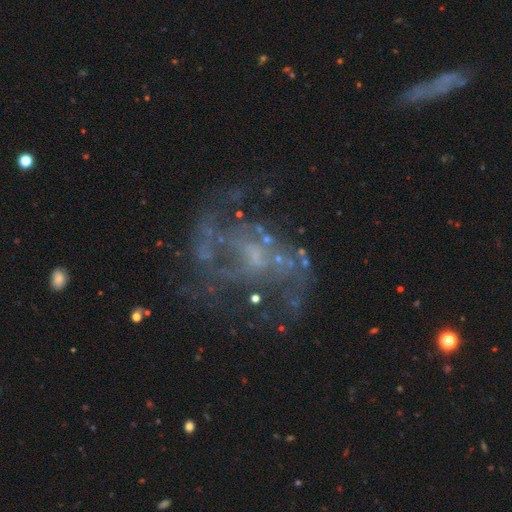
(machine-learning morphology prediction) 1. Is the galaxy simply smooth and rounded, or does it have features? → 82% featured or disk, 11% star or artifact, 7% smooth.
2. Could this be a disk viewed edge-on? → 98% no, 2% yes.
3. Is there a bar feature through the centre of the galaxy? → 45% weak, 40% no, 15% strong.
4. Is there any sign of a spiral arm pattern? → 83% yes, 17% no.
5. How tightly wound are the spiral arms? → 46% medium, 37% loose, 17% tight.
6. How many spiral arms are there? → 59% 2, 20% can't tell, 8% 3, 5% 1, 4% 4, 4% more than 4.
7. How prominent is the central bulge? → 41% small (tied), 41% none (tied), 15% moderate, 2% large, 1% dominant.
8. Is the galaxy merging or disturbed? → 56% none, 23% major disturbance, 17% minor disturbance, 4% merger.